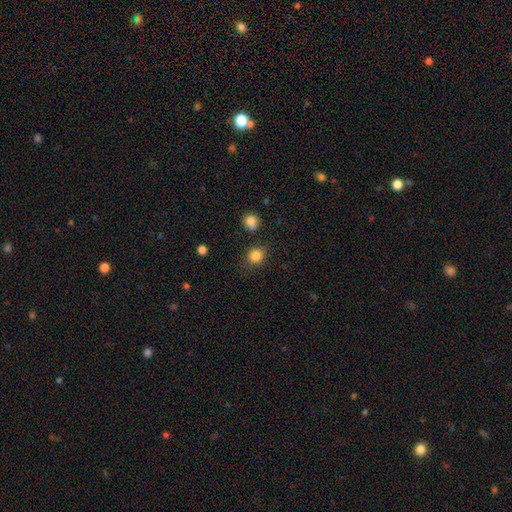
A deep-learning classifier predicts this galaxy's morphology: smooth-or-featured: smooth: 85% | star or artifact: 11% | featured or disk: 4%
  how-rounded: round: 78% | in between: 21% | cigar-shaped: 1%
  merging: none: 81% | minor disturbance: 12% | merger: 4% | major disturbance: 3%